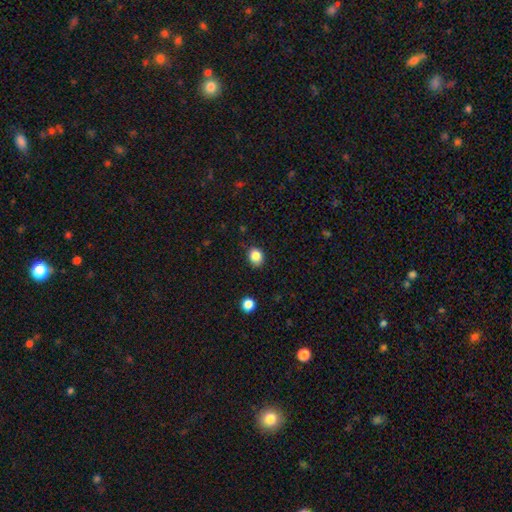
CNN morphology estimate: Smooth or featured? smooth (85%)
How rounded? round (65%)
Merging? none (84%)